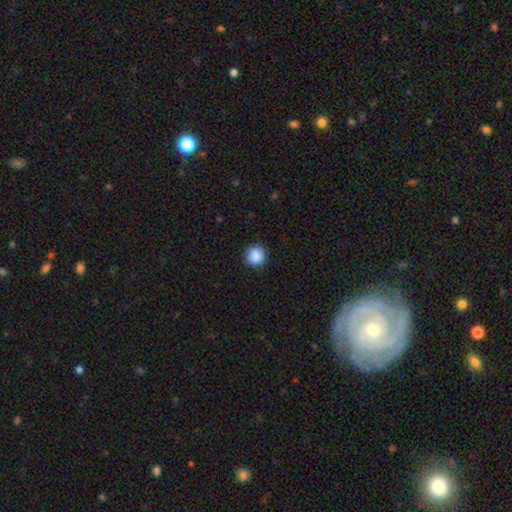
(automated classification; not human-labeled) This appears to be a smooth galaxy with no disk features (88%) that is round (92%). Merging: none (89%).